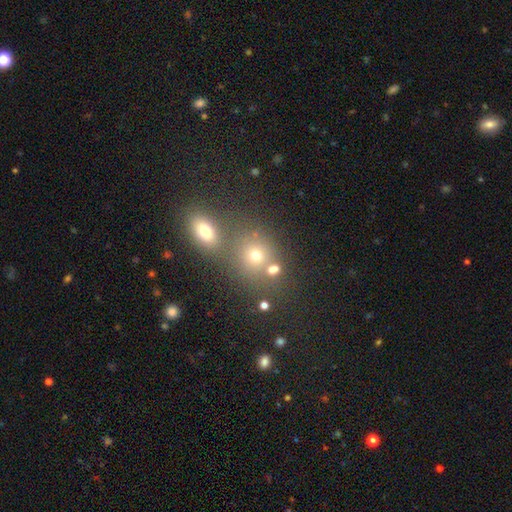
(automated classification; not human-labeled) The model was most divided on "merging": none: 55%, merger: 31%, minor disturbance: 9%, major disturbance: 5%. More confident: how rounded — round (72%); smooth or featured — smooth (67%).